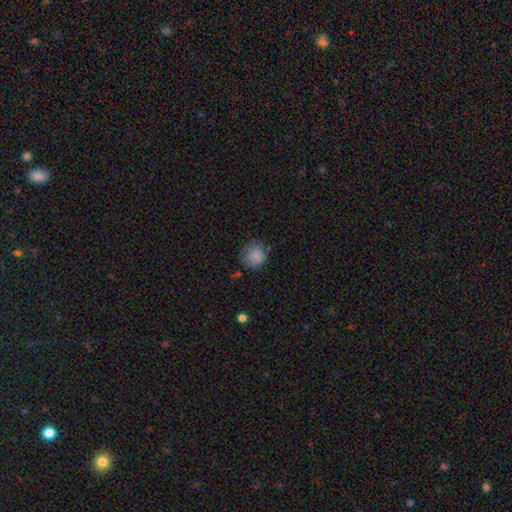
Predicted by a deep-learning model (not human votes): Smooth or featured? smooth (86%)
How rounded? round (88%)
Merging? none (75%)